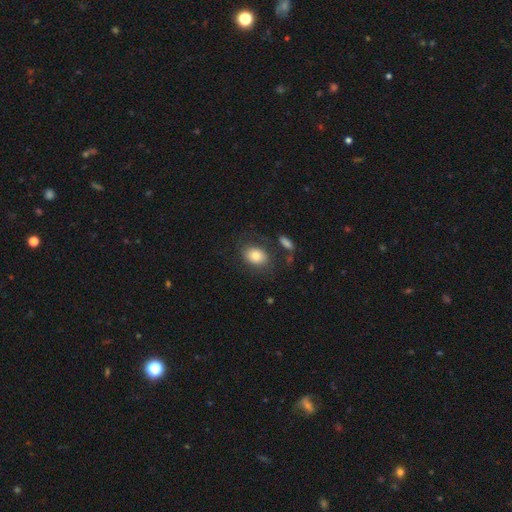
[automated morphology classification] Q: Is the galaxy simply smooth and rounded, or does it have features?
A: smooth — 81%.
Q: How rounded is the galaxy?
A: in between — 67%.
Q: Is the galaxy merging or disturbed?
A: none — 71%.